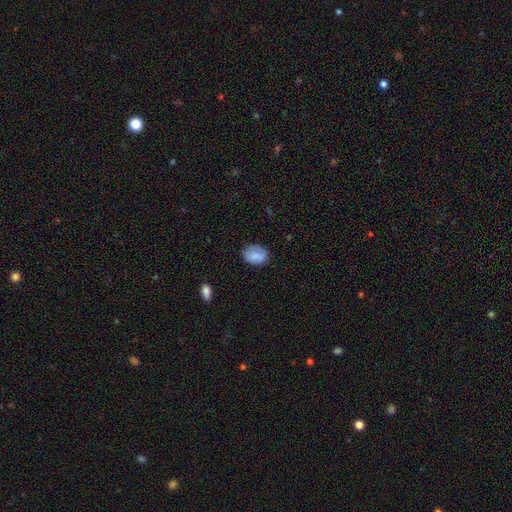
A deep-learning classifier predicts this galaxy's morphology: smooth-or-featured: smooth: 79% | featured or disk: 12% | star or artifact: 8%
  how-rounded: in between: 63% | round: 36% | cigar-shaped: 1%
  merging: none: 73% | minor disturbance: 20% | major disturbance: 5% | merger: 2%